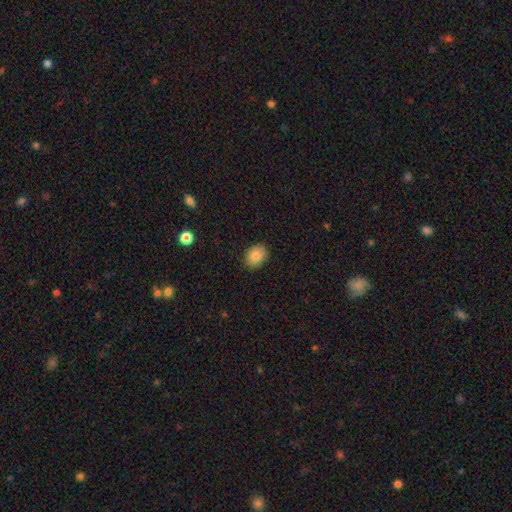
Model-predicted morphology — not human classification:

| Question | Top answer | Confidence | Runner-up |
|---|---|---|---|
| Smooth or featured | smooth | 84% | star or artifact (9%) |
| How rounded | in between | 59% | round (40%) |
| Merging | none | 87% | minor disturbance (10%) |